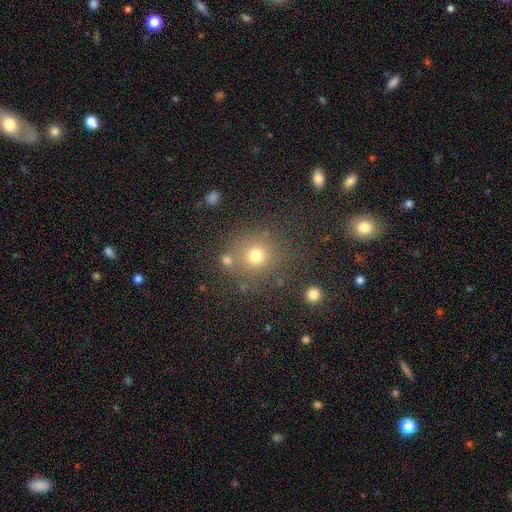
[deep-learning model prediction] This is likely a smooth galaxy (72%). How rounded: clearly round (89%). Merging: likely none (74%).